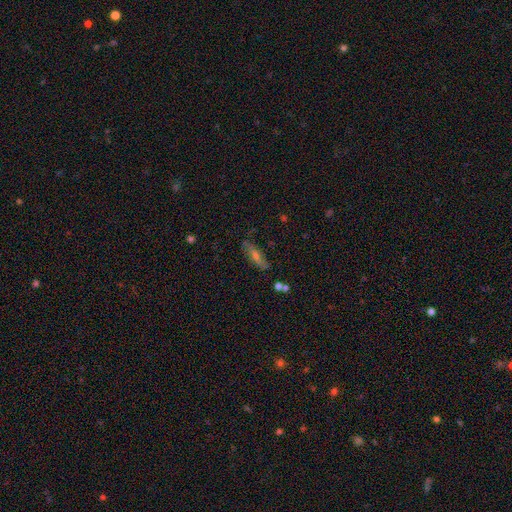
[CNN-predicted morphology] A featured or disk galaxy (49%).

Vote fractions:
- Smooth or featured? featured or disk: 49% / smooth: 37% / star or artifact: 14%
- Merging? none: 74% / minor disturbance: 17% / major disturbance: 6% / merger: 3%